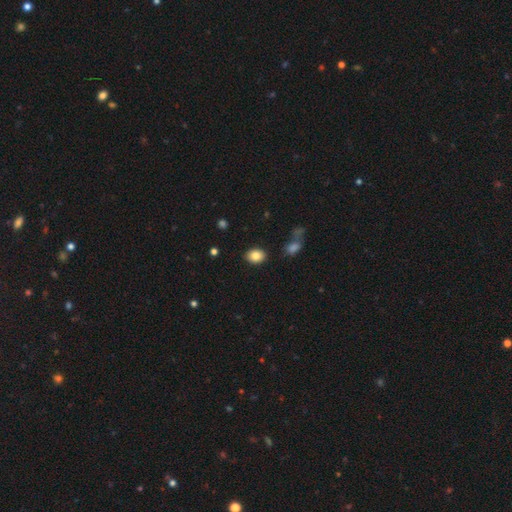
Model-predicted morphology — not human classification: Overall: smooth (84%). How rounded: in between (69%; round 30%). Merging: none (87%).